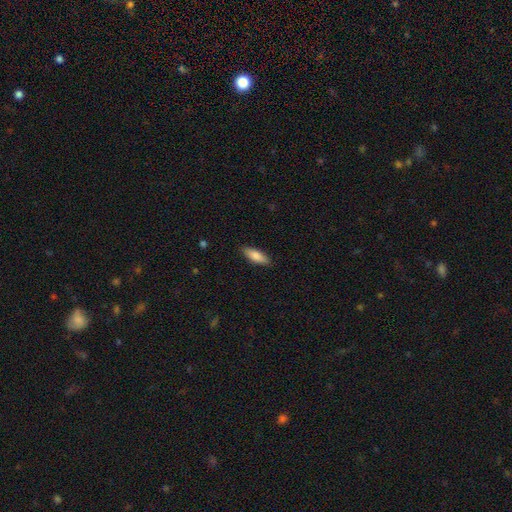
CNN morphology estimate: Smooth or featured? Predicted: smooth (p=0.80). How rounded? Predicted: in between (p=0.64). Merging? Predicted: none (p=0.88).